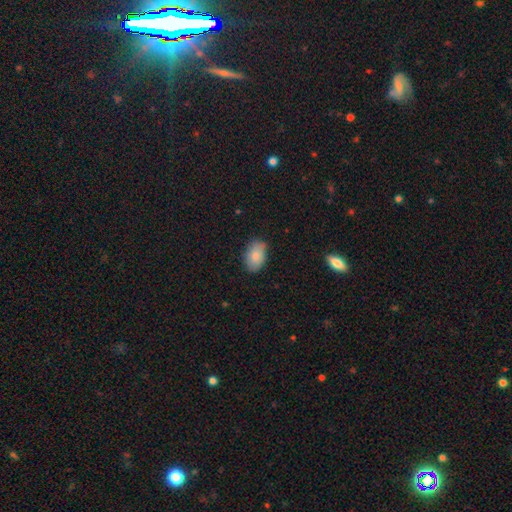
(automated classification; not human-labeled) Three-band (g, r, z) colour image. It shows a smooth galaxy with no disk features (84%) that is in between round and cigar-shaped (88%). Merging: none (81%).